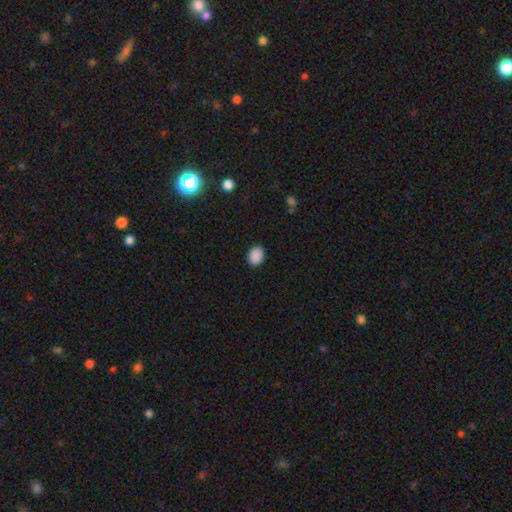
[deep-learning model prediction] Smooth or featured? smooth (90%)
How rounded? in between (70%)
Merging? none (89%)